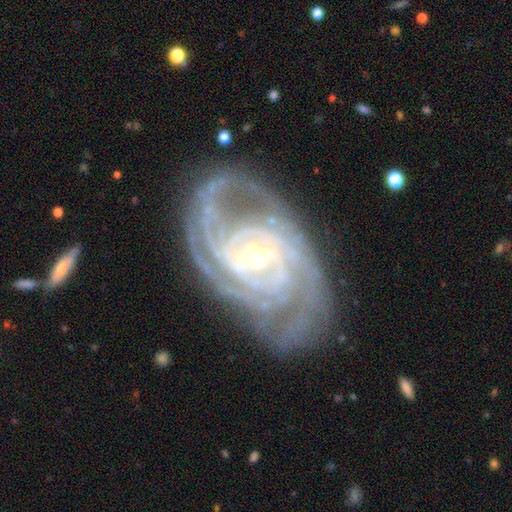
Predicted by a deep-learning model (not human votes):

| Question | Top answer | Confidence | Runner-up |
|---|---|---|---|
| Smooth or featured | featured or disk | 92% | star or artifact (5%) |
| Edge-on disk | no | 96% | yes (4%) |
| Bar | no | 52% | weak (32%) |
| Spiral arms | yes | 98% | no (2%) |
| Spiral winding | tight | 73% | medium (24%) |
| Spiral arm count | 3 | 24% | tied: 4 (24%) |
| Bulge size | small | 66% | moderate (31%) |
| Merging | none | 75% | minor disturbance (17%) |